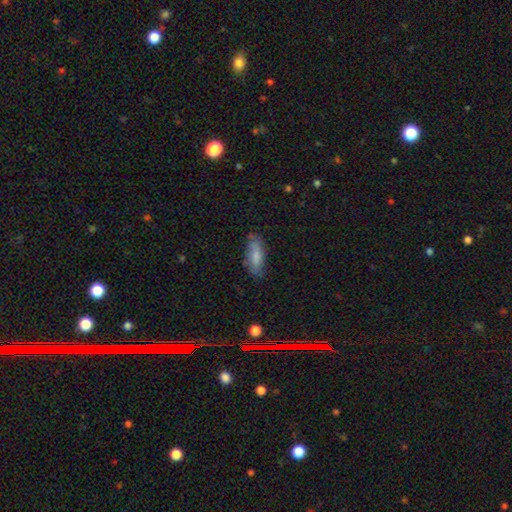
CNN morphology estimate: This appears to be a smooth galaxy with no disk features (76%) that is in between round and cigar-shaped (70%). Merging: none (73%).